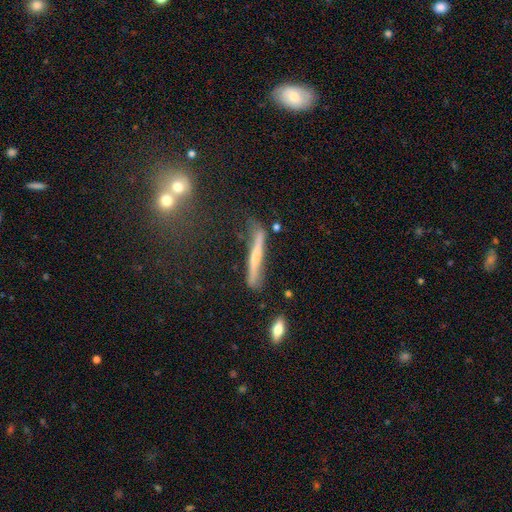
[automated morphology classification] Smooth or featured: featured or disk — 50% (smooth — 41%)
Edge-on disk: yes — 85% (no — 15%)
Merging: none — 63% (minor disturbance — 24%)